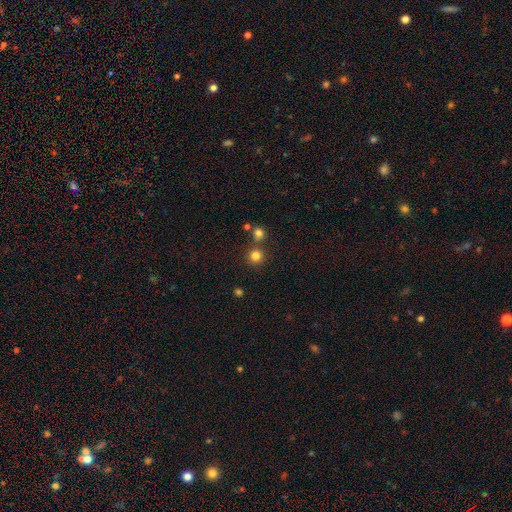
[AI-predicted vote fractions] This appears to be a smooth galaxy with no disk features (80%) that is round (92%). Merging: none (75%).